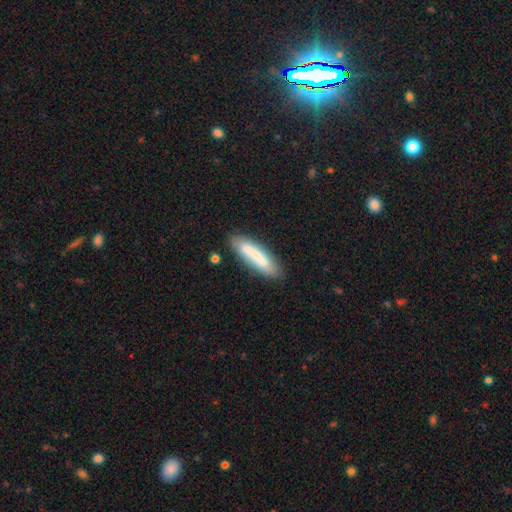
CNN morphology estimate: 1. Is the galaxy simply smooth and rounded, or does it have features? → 68% smooth, 25% featured or disk, 7% star or artifact.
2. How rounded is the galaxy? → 74% cigar-shaped, 24% in between, 2% round.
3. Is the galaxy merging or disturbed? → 73% none, 16% minor disturbance, 6% merger, 4% major disturbance.